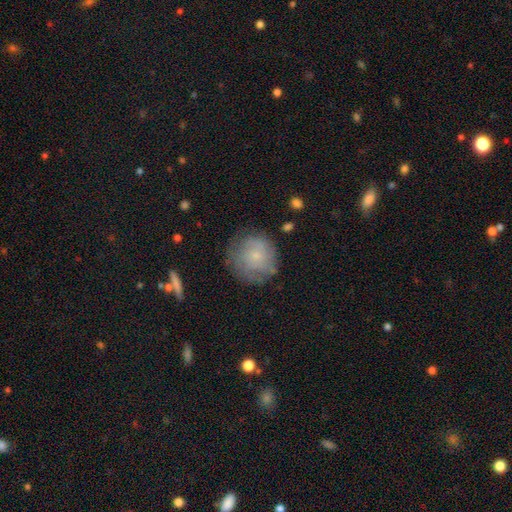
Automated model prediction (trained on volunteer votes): Smooth or featured: smooth — 57% (featured or disk — 34%)
How rounded: round — 91% (in between — 8%)
Merging: none — 69% (minor disturbance — 20%)